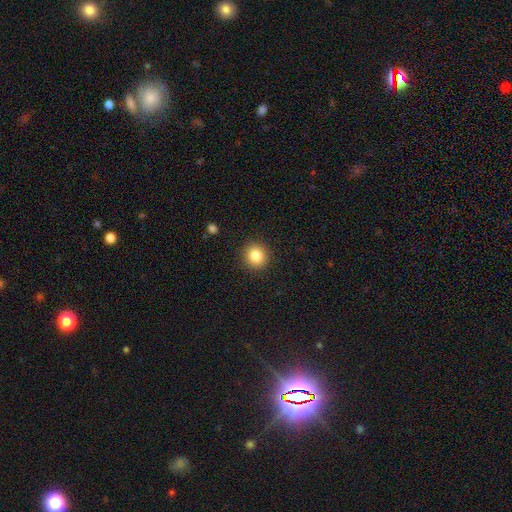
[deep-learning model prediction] This is clearly a smooth galaxy (84%). How rounded: clearly round (91%). Merging: clearly none (92%).